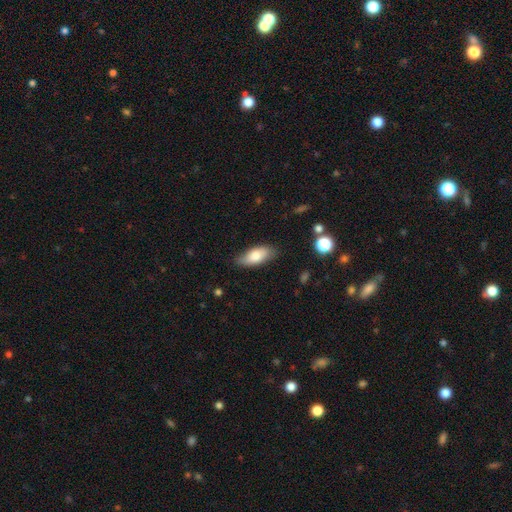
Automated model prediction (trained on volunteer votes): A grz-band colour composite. It shows a smooth galaxy with no disk features (78%) that is in between round and cigar-shaped (84%). Merging: none (78%).